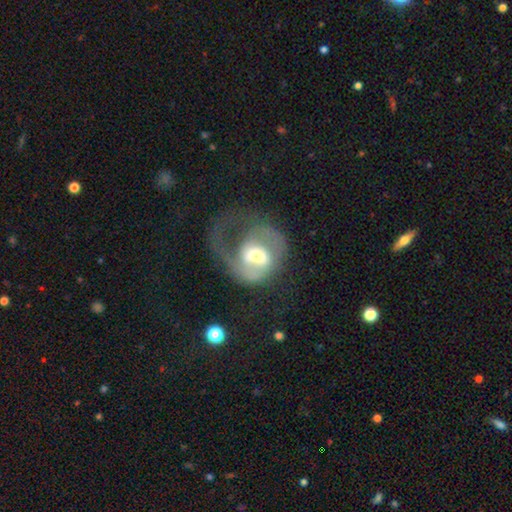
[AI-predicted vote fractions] smooth_or_featured: featured or disk (p=0.70) [alt: smooth p=0.23]
disk_edge_on: no (p=0.97) [alt: yes p=0.03]
bar: no (p=0.53) [alt: weak p=0.35]
has_spiral_arms: yes (p=0.74) [alt: no p=0.26]
spiral_winding: medium (p=0.42) [alt: loose p=0.32]
spiral_arm_count: 1 (p=0.44) [alt: 2 p=0.37]
bulge_size: moderate (p=0.57) [alt: small p=0.32]
merging: major disturbance (p=0.53) [alt: none p=0.25]